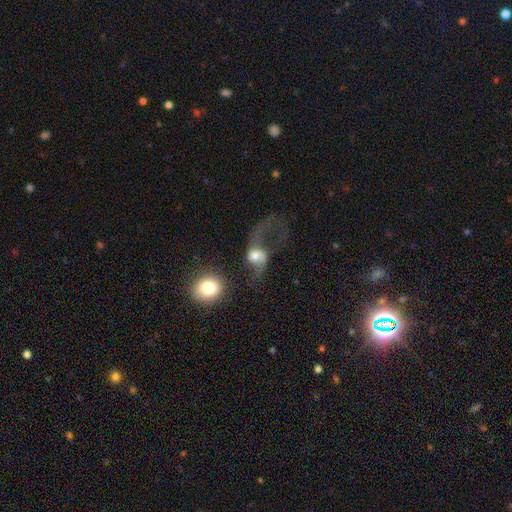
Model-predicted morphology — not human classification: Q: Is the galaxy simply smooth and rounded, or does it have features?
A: featured or disk — 61%.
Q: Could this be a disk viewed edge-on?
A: no — 95%.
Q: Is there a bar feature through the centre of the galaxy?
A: no — 55%.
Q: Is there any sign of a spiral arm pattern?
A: yes — 79%.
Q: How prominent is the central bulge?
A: moderate — 51%.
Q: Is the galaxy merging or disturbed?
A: major disturbance — 46%.